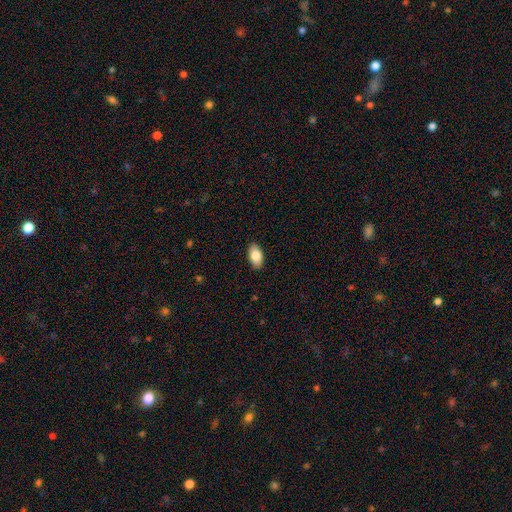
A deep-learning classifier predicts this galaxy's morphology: smooth 83%, featured or disk 11%, star or artifact 7%. Down the decision tree: how rounded — in between (93%); merging — none (89%).